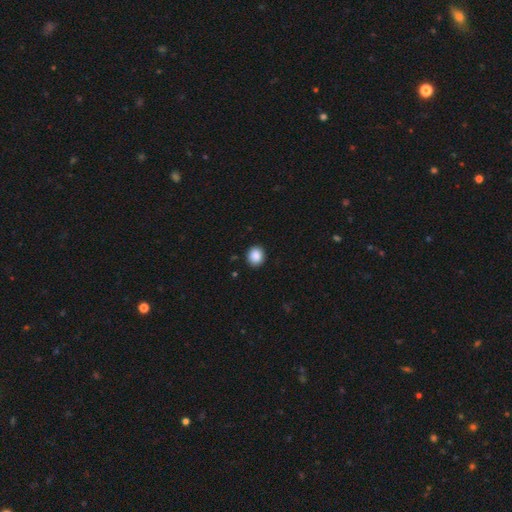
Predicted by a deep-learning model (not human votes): smooth_or_featured: smooth (p=0.89) [alt: star or artifact p=0.09]
how_rounded: round (p=0.77) [alt: in between p=0.22]
merging: none (p=0.91) [alt: minor disturbance p=0.07]